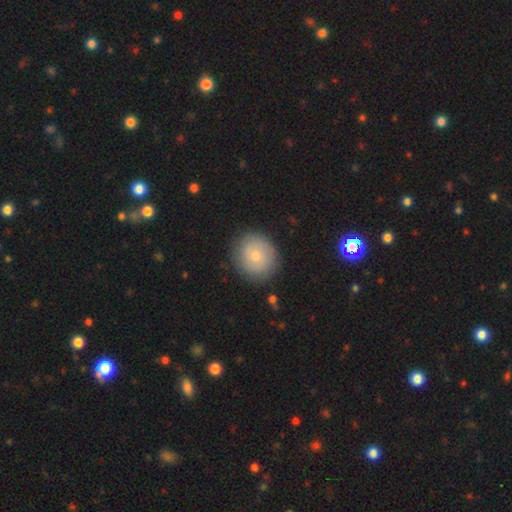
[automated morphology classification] Smooth or featured? Predicted: smooth (p=0.69). How rounded? Predicted: round (p=0.85). Merging? Predicted: none (p=0.86).